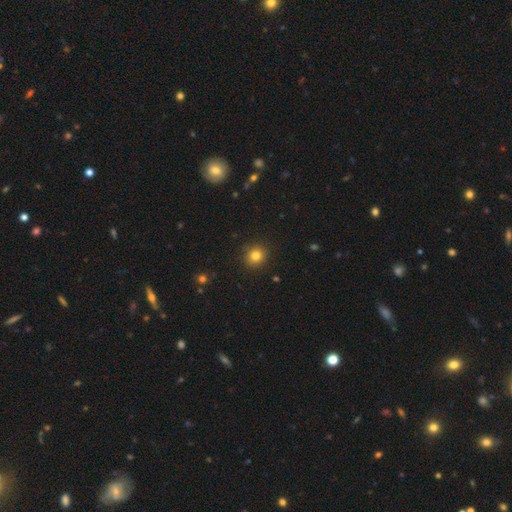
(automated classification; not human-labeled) Q: Smooth or featured?
A: smooth (82%); runner-up: star or artifact (12%)
Q: How rounded?
A: round (89%); runner-up: in between (10%)
Q: Merging?
A: none (91%); runner-up: minor disturbance (6%)